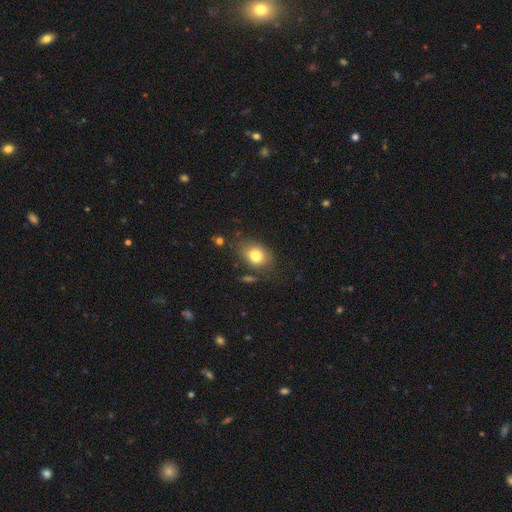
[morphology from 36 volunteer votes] A smooth galaxy with no disk features (92%) that is in between round and cigar-shaped (79%). Merging: none (69%).